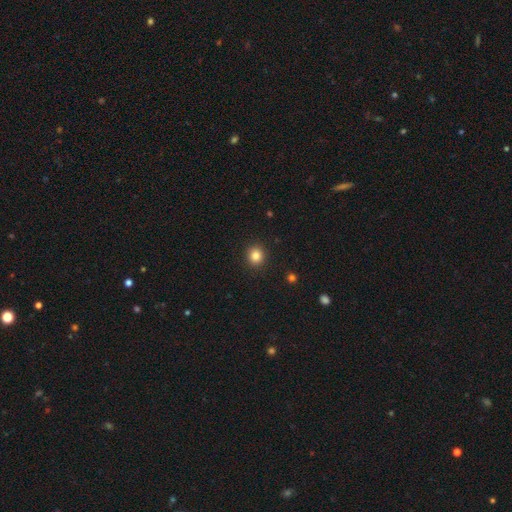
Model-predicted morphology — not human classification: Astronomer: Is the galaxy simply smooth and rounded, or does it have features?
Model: smooth — 84%.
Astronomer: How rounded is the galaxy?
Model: round — 88%.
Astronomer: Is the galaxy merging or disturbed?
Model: none — 92%.